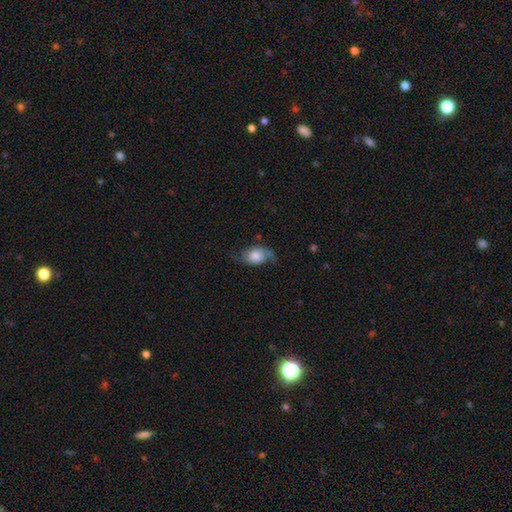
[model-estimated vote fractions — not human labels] Smooth or featured? featured or disk (48%)
Merging? none (57%)